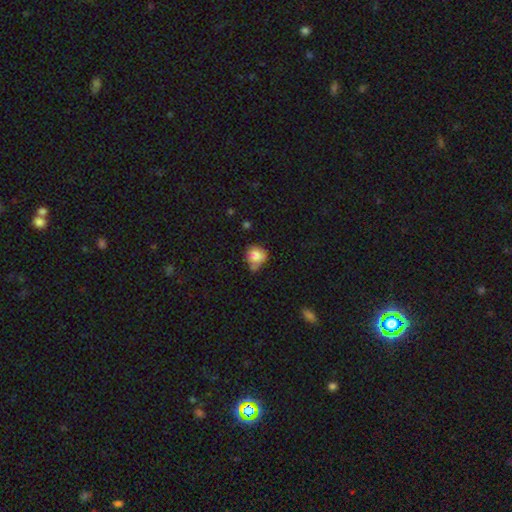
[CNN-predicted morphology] Smooth or featured? Predicted: smooth (p=0.77). How rounded? Predicted: round (p=0.70). Merging? Predicted: none (p=0.41).